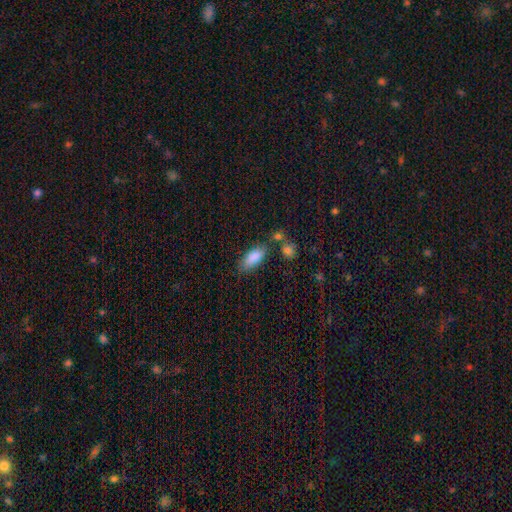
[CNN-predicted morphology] type=smooth (86%); roundness=in between (83%); merging=none (67%).